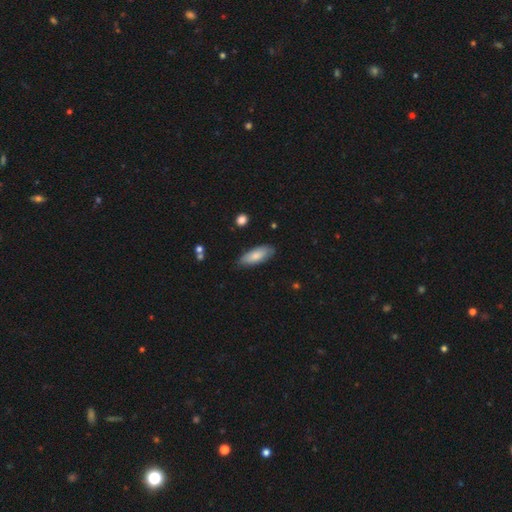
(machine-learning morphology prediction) type=smooth (77%); roundness=in between (76%); merging=none (78%).